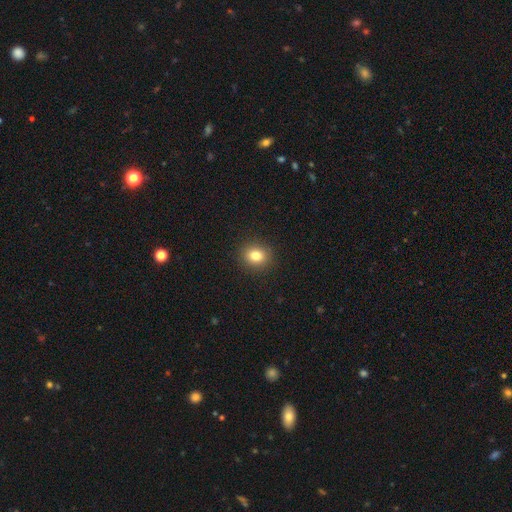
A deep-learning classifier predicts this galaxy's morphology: This is clearly a smooth galaxy (82%). How rounded: likely round (73%). Merging: clearly none (91%).